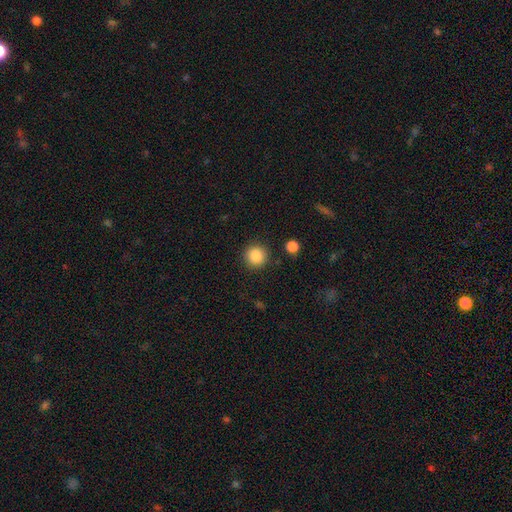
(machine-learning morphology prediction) Smooth or featured? Predicted: smooth (p=0.87). How rounded? Predicted: round (p=0.94). Merging? Predicted: none (p=0.89).